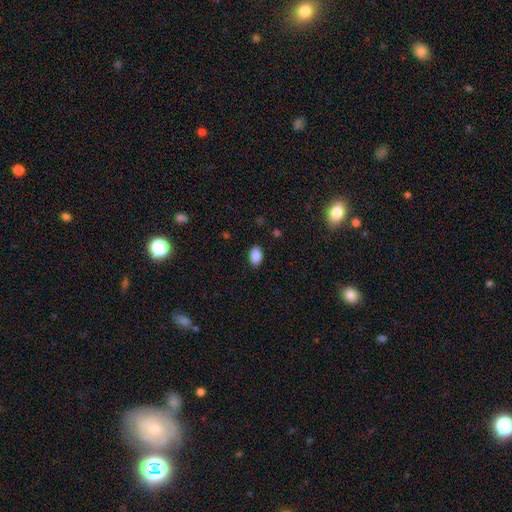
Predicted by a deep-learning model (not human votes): Overall: smooth (89%). How rounded: in between (88%). Merging: none (87%).